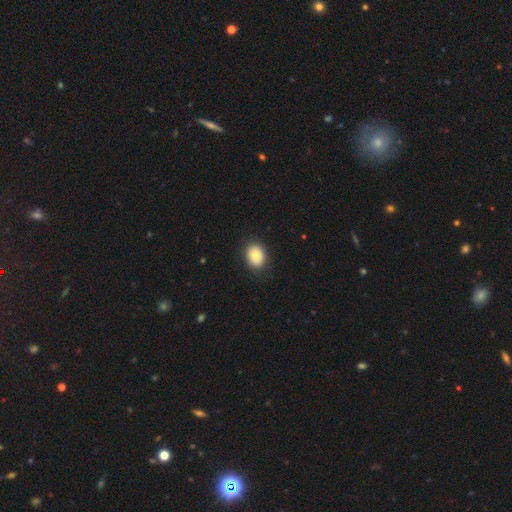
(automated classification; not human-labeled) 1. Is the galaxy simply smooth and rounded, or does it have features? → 82% smooth, 10% featured or disk, 8% star or artifact.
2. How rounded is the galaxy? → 60% in between, 39% round, 1% cigar-shaped.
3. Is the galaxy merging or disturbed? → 86% none, 10% minor disturbance, 3% major disturbance, 1% merger.